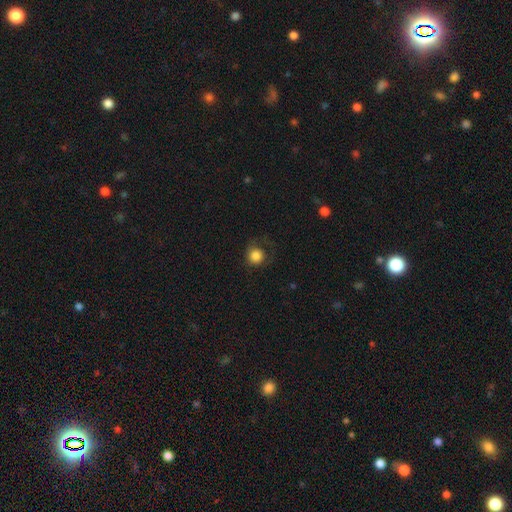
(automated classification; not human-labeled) This appears to be a smooth galaxy with no disk features (83%) that is round (90%). Merging: none (61%).